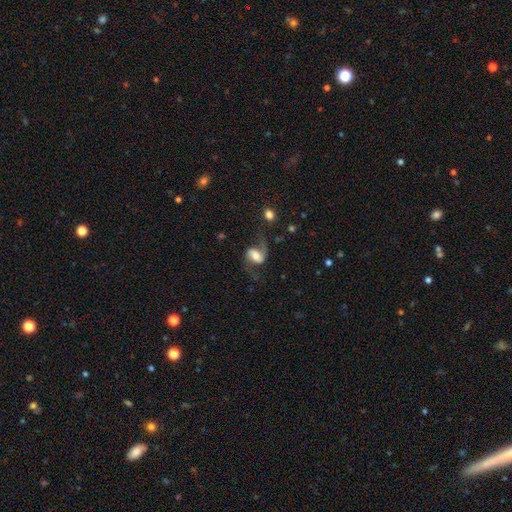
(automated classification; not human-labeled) The model was most divided on "bar": weak: 40%, strong: 34%, no: 25%. Remaining: edge-on disk — no (96%); spiral arms — yes (92%); spiral arm count — 2 (88%); smooth or featured — featured or disk (67%); spiral winding — loose (66%); merging — none (58%); bulge size — moderate (45%).